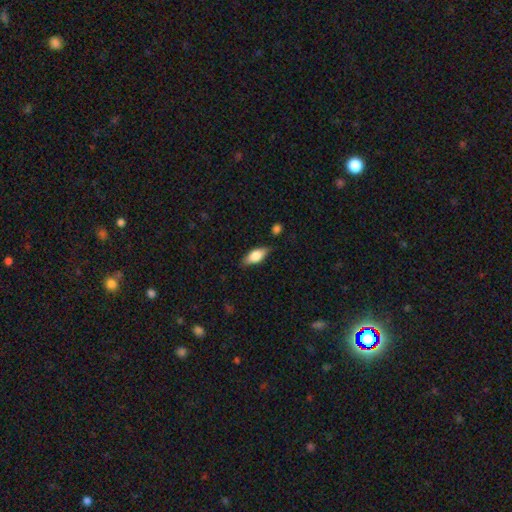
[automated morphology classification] type=smooth (69%); roundness=in between (79%); merging=none (80%).